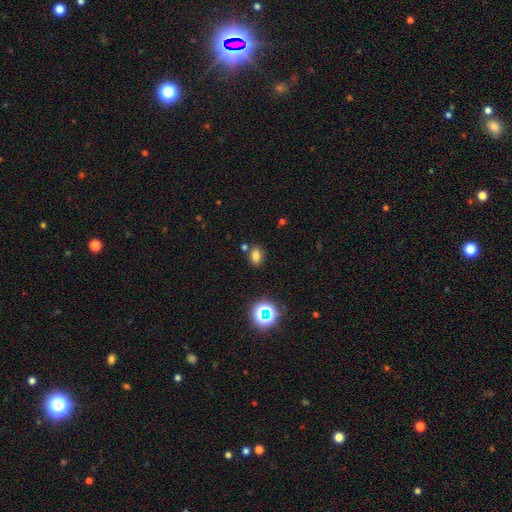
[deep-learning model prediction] This appears to be a smooth galaxy with no disk features (73%) that is in between round and cigar-shaped (76%). Merging: none (77%).